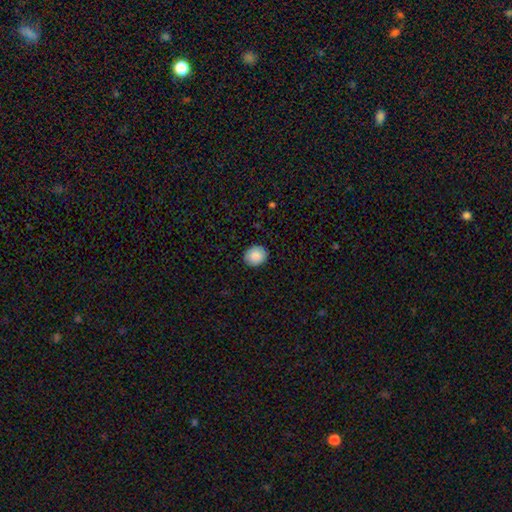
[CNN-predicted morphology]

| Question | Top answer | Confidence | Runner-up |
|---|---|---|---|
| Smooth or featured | smooth | 88% | star or artifact (7%) |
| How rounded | round | 74% | in between (25%) |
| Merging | none | 91% | minor disturbance (7%) |